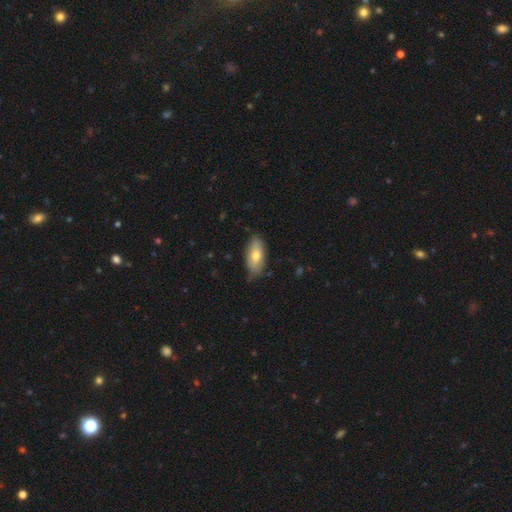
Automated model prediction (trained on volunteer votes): smooth 68%, featured or disk 25%, star or artifact 6%. Down the decision tree: how rounded — in between (87%); merging — none (73%).